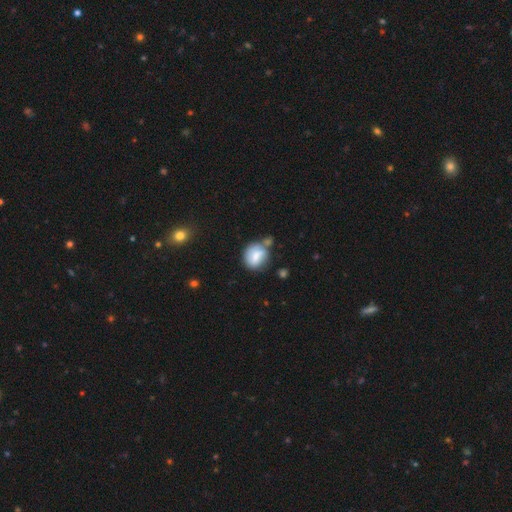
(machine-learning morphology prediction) Overall: smooth (69%). How rounded: round (62%; in between 37%). Merging: none (44%; minor disturbance 25%).